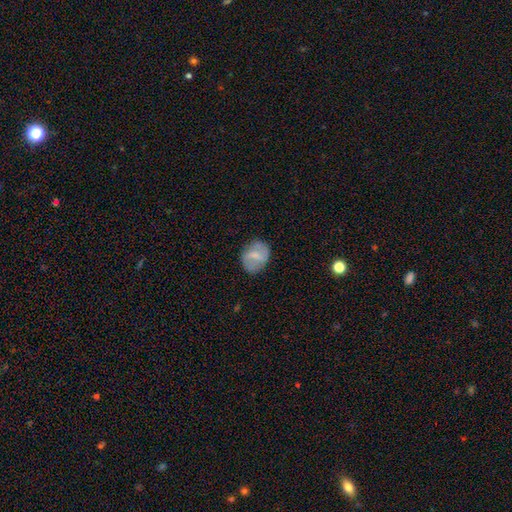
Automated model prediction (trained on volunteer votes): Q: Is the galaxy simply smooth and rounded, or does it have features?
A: smooth — 52%.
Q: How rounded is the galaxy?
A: in between — 50%.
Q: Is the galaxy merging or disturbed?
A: none — 77%.